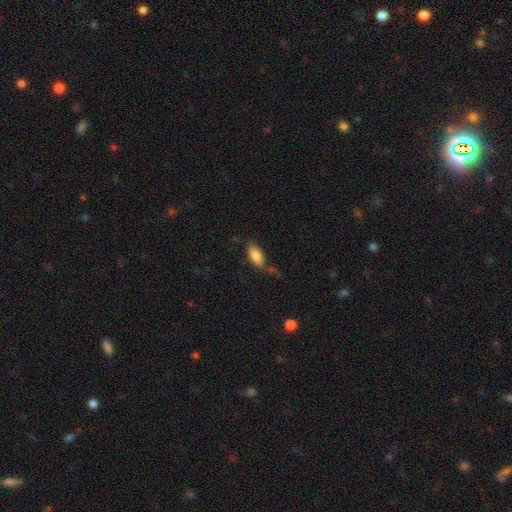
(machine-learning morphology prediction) Smooth or featured? Predicted: smooth (p=0.81). How rounded? Predicted: in between (p=0.84). Merging? Predicted: none (p=0.54).